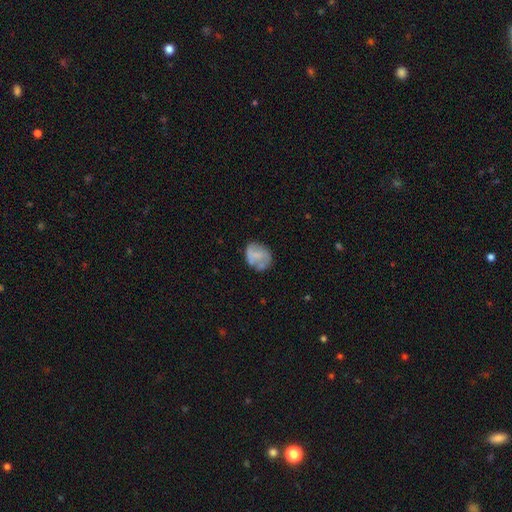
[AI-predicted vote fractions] smooth_or_featured: smooth (p=0.58) [alt: featured or disk p=0.34]
how_rounded: round (p=0.54) [alt: in between p=0.45]
merging: none (p=0.55) [alt: minor disturbance p=0.27]